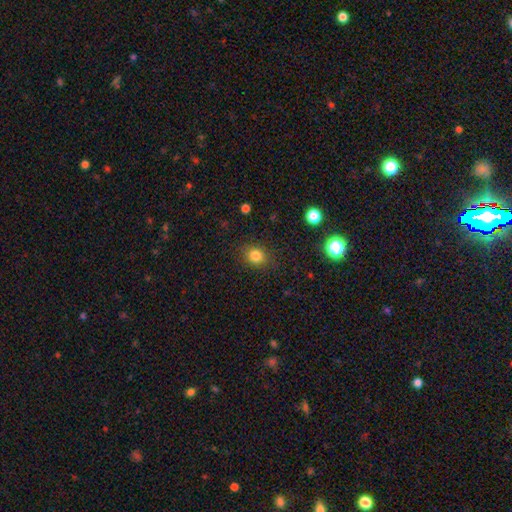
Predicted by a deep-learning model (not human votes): This appears to be a smooth galaxy with no disk features (82%) that is round (70%). Merging: none (86%).